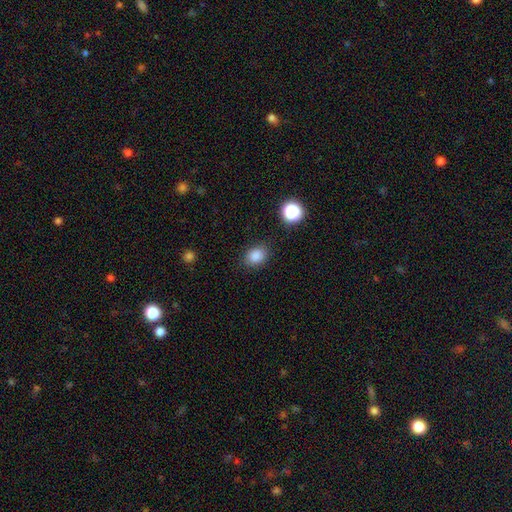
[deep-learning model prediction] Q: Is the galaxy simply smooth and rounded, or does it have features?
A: smooth — 85%.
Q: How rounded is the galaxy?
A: in between — 60%.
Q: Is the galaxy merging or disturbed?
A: none — 84%.